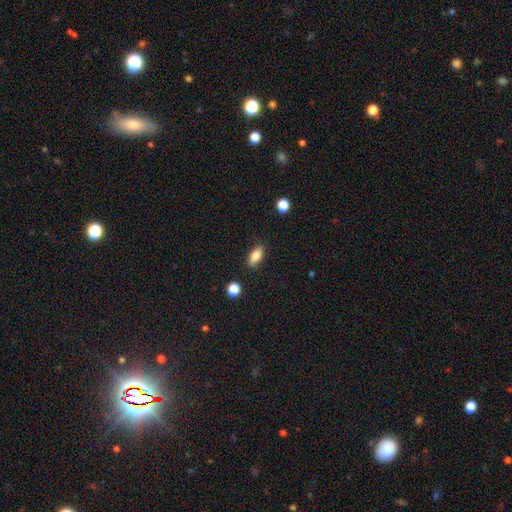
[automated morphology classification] smooth-or-featured: smooth: 83% | featured or disk: 9% | star or artifact: 8%
  how-rounded: in between: 83% | cigar-shaped: 12% | round: 4%
  merging: none: 86% | minor disturbance: 10% | major disturbance: 2% | merger: 2%